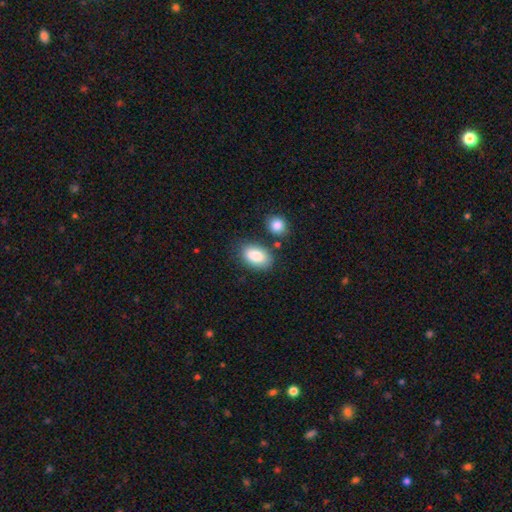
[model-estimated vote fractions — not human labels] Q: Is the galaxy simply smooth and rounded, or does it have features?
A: smooth — 86%.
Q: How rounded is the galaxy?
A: in between — 90%.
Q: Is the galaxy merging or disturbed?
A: none — 73%.